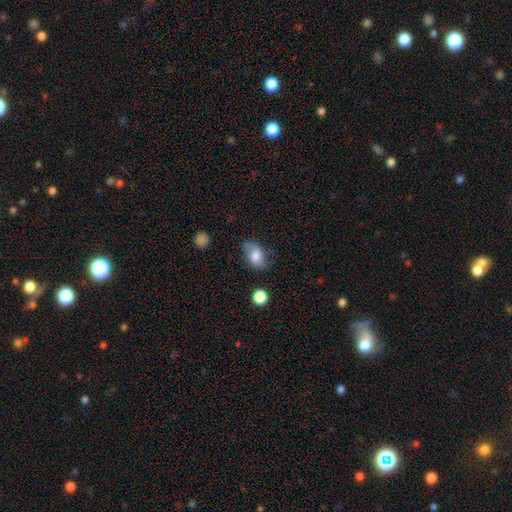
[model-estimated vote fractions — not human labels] A smooth galaxy with no disk features (71%) that is in between round and cigar-shaped (87%). Merging: none (66%).